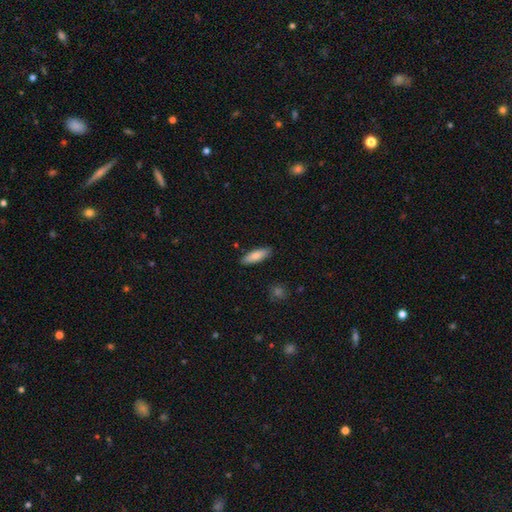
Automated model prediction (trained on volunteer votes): Smooth or featured?
  - smooth: 82% *
  - featured or disk: 13%
  - star or artifact: 6%
How rounded?
  - in between: 58% *
  - cigar-shaped: 41%
  - round: 2%
Merging?
  - none: 87% *
  - minor disturbance: 9%
  - major disturbance: 2%
  - merger: 1%